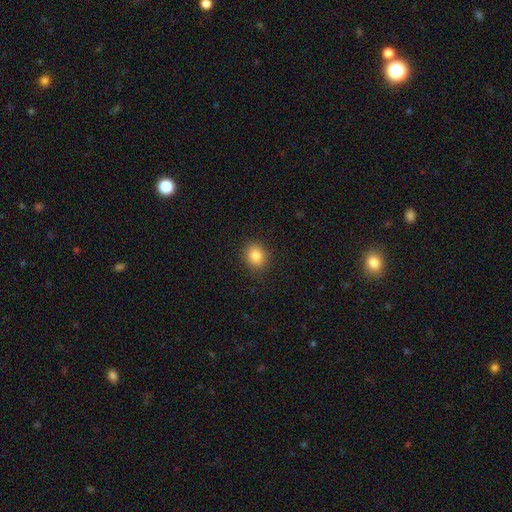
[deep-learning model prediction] A smooth galaxy with no disk features (84%) that is round (70%). Merging: none (88%).